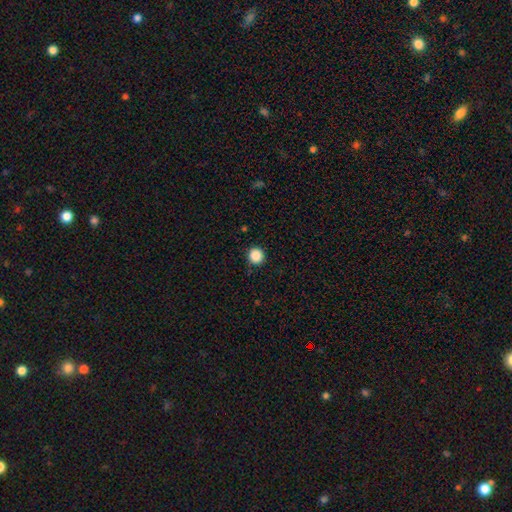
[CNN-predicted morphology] The model was most divided on "smooth or featured": smooth: 87%, star or artifact: 10%, featured or disk: 3%. More confident: how rounded — round (95%); merging — none (91%).